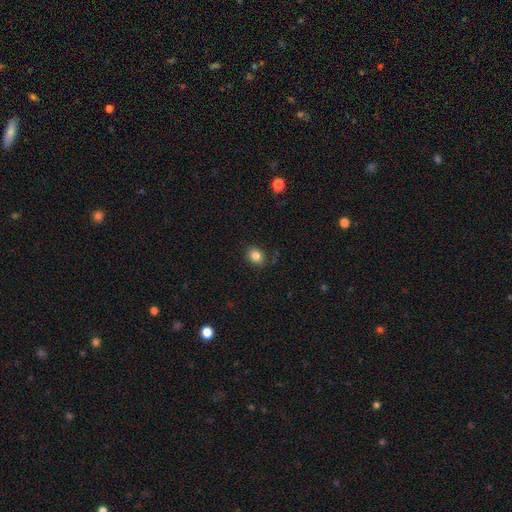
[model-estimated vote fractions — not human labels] A smooth galaxy with no disk features (84%) that is in between round and cigar-shaped (50%).

Vote fractions:
- Smooth or featured? smooth: 84% / star or artifact: 10% / featured or disk: 6%
- How rounded? in between: 50% / round: 49% / cigar-shaped: 1%
- Merging? none: 82% / minor disturbance: 13% / major disturbance: 3% / merger: 2%